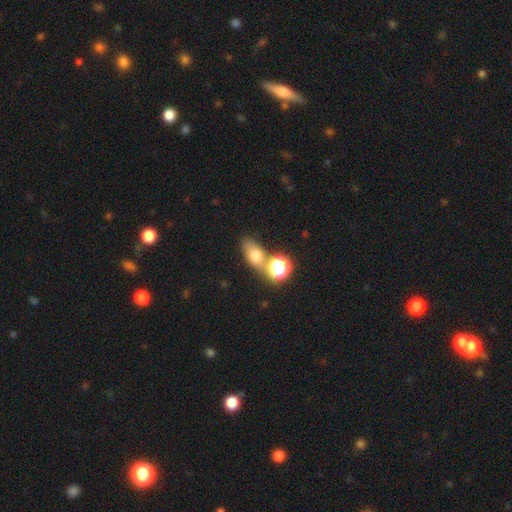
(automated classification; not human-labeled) Overall: smooth (67%). How rounded: in between (70%). Merging: none (53%; merger 28%).